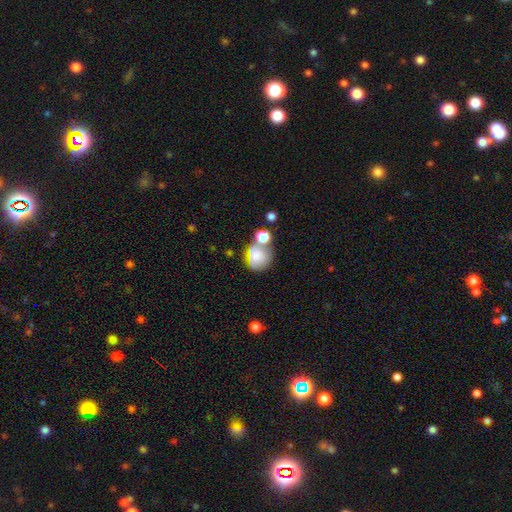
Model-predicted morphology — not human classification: Overall: smooth (67%). How rounded: round (79%). Merging: none (48%; merger 27%).